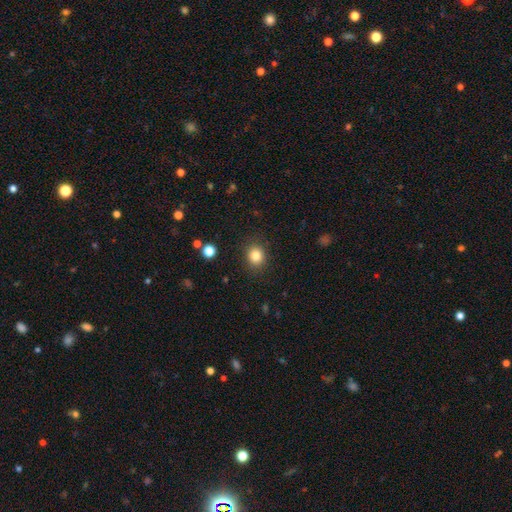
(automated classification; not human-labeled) Smooth or featured? Predicted: smooth (p=0.83). How rounded? Predicted: round (p=0.73). Merging? Predicted: none (p=0.87).